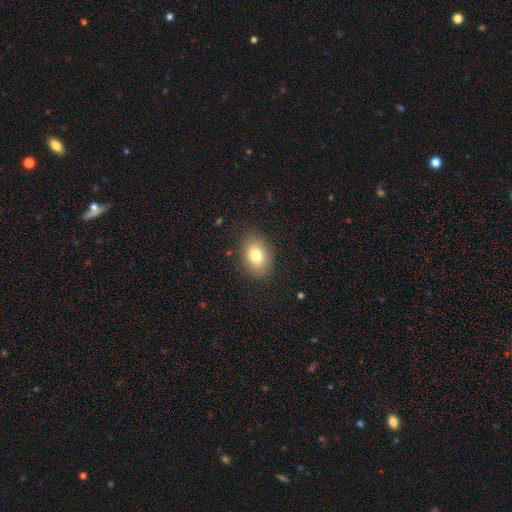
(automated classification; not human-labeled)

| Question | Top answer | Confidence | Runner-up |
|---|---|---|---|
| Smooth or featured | smooth | 79% | featured or disk (11%) |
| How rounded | in between | 75% | round (24%) |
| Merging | none | 85% | minor disturbance (11%) |